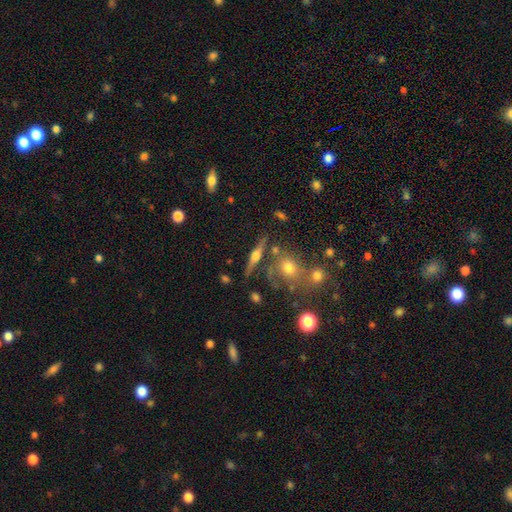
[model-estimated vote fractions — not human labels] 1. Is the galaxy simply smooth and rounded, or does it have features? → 69% featured or disk, 22% smooth, 9% star or artifact.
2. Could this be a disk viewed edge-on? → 93% yes, 7% no.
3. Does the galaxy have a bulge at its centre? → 94% rounded, 4% boxy, 3% none.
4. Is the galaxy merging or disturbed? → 75% none, 11% minor disturbance, 10% merger, 4% major disturbance.